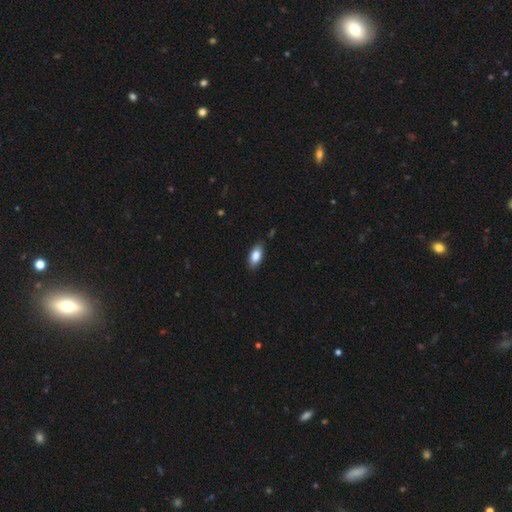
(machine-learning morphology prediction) Q: Smooth or featured?
A: smooth (86%); runner-up: featured or disk (7%)
Q: How rounded?
A: in between (90%); runner-up: cigar-shaped (7%)
Q: Merging?
A: none (83%); runner-up: minor disturbance (13%)